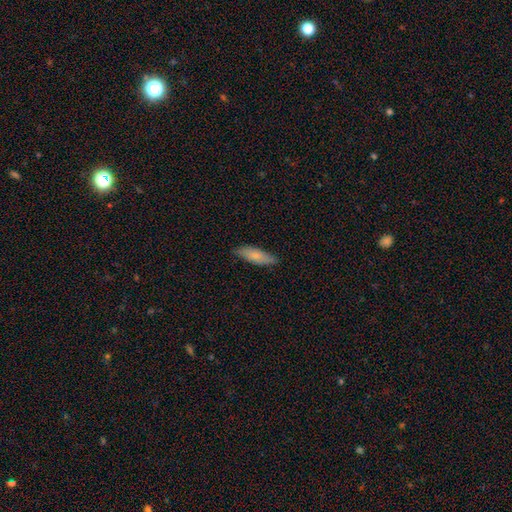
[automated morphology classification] A smooth galaxy with no disk features (77%) that is cigar-shaped (51%). Merging: none (82%).